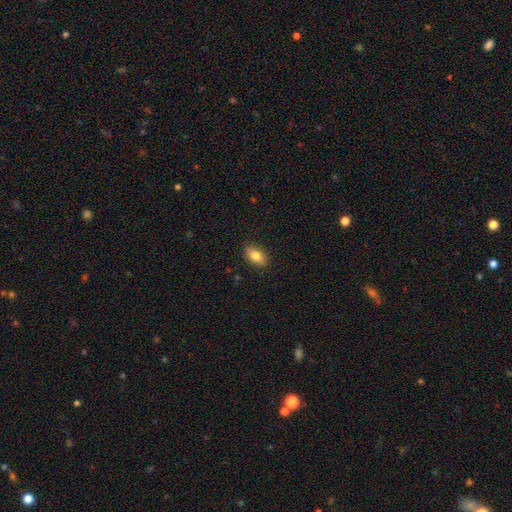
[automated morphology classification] Smooth or featured?
  - smooth: 81% *
  - featured or disk: 11%
  - star or artifact: 8%
How rounded?
  - in between: 88% *
  - round: 8%
  - cigar-shaped: 3%
Merging?
  - none: 87% *
  - minor disturbance: 10%
  - major disturbance: 2%
  - merger: 1%